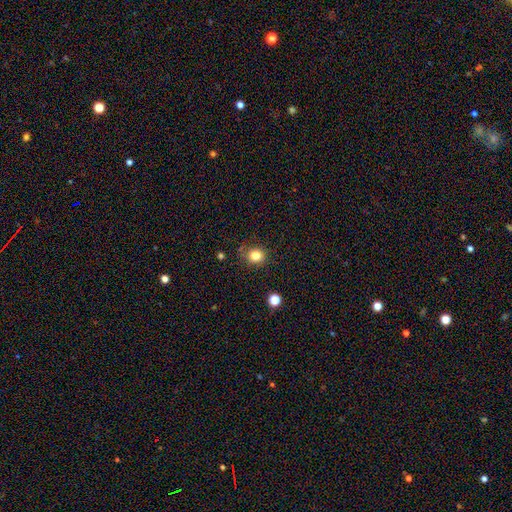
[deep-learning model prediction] This is clearly a smooth galaxy (82%). How rounded: clearly round (81%). Merging: clearly none (82%).